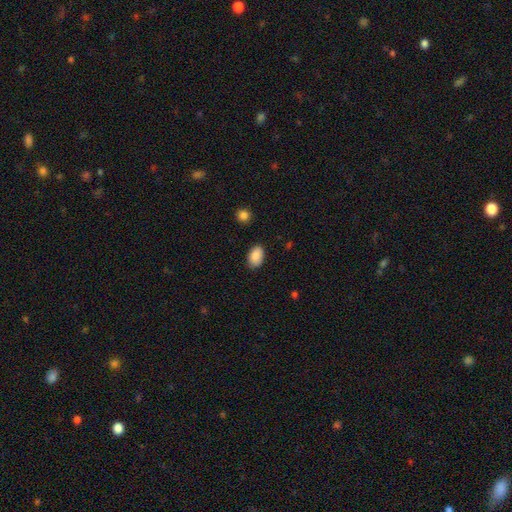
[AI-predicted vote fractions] A smooth galaxy with no disk features (89%) that is in between round and cigar-shaped (90%). Merging: none (85%).